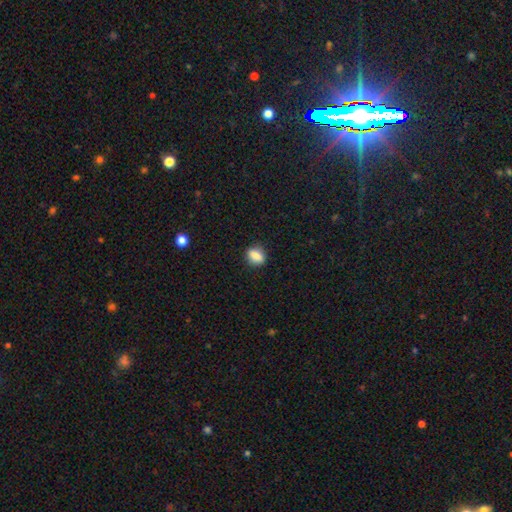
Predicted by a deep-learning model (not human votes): A smooth galaxy with no disk features (84%) that is in between round and cigar-shaped (63%). Merging: none (86%).